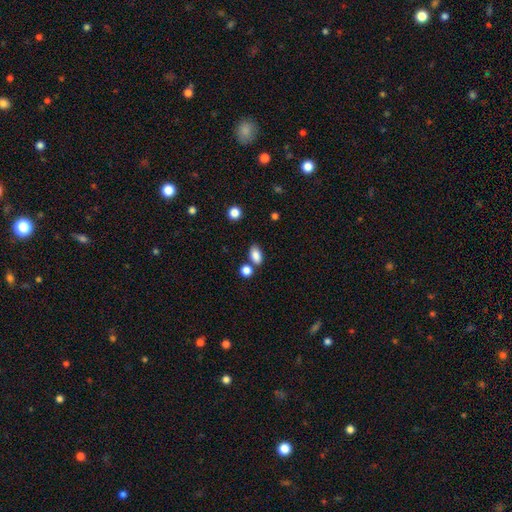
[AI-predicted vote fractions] Overall: smooth (86%). How rounded: in between (88%). Merging: none (65%).